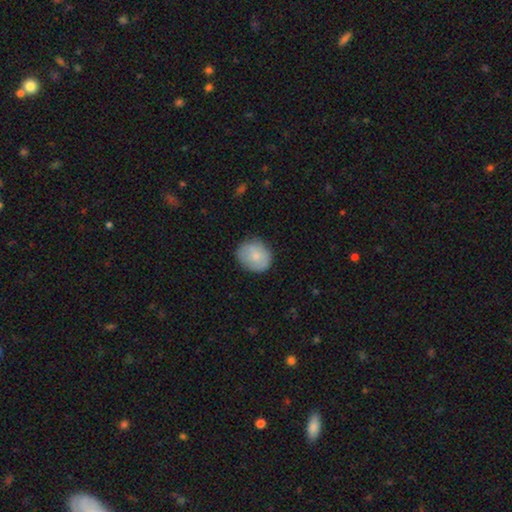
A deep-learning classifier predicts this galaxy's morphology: This is likely a smooth galaxy (78%). How rounded: likely round (69%). Merging: likely none (78%).